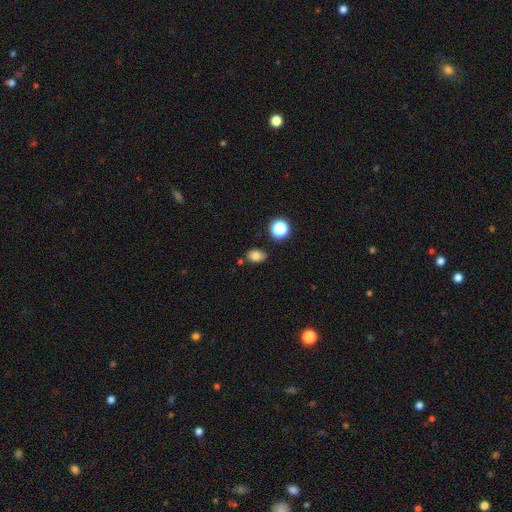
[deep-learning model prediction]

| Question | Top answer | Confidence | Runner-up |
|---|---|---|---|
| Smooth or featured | smooth | 79% | star or artifact (13%) |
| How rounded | in between | 73% | round (26%) |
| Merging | none | 79% | minor disturbance (13%) |